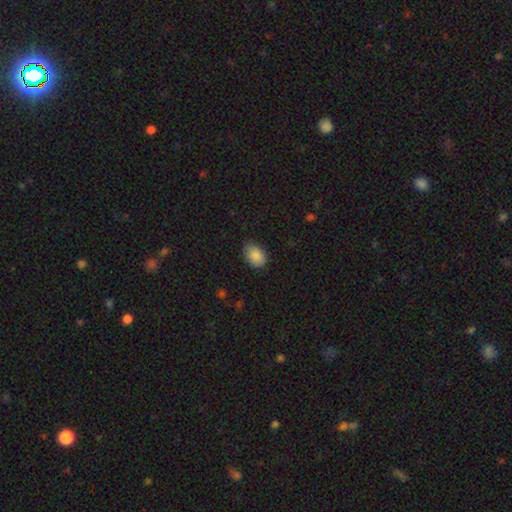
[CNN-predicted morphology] Overall: smooth (88%). How rounded: in between (80%). Merging: none (75%).